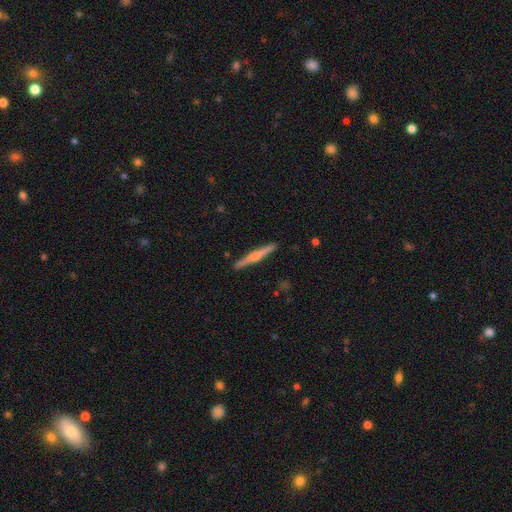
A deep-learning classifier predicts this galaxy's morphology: type=featured or disk (58%); edge-on=yes (98%); edge-on bulge=rounded (70%); merging=none (91%).